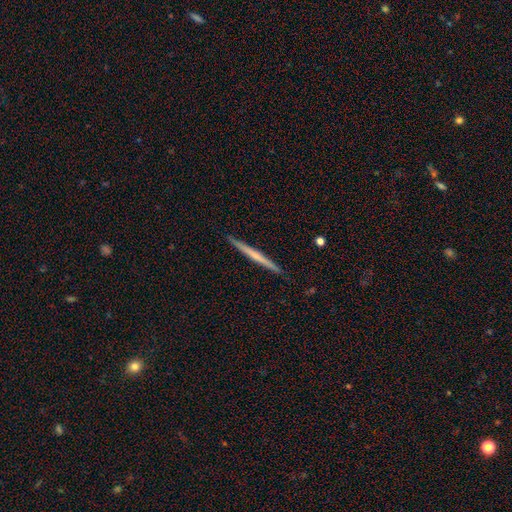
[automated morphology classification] Overall: featured or disk (53%; smooth 42%). Edge-on disk: yes (98%). Edge-on bulge: none (77%). Merging: none (92%).